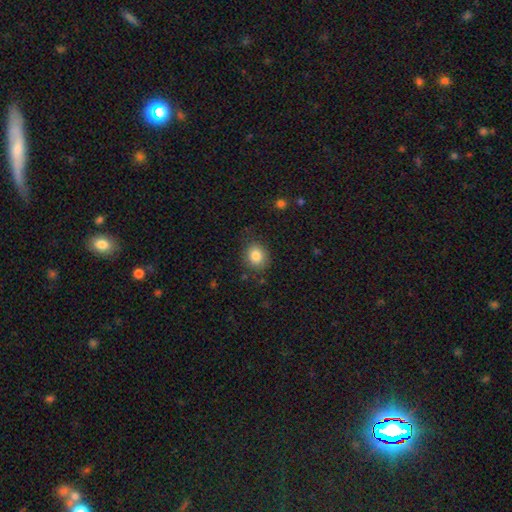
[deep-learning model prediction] Smooth or featured? smooth (84%)
How rounded? round (66%)
Merging? none (80%)